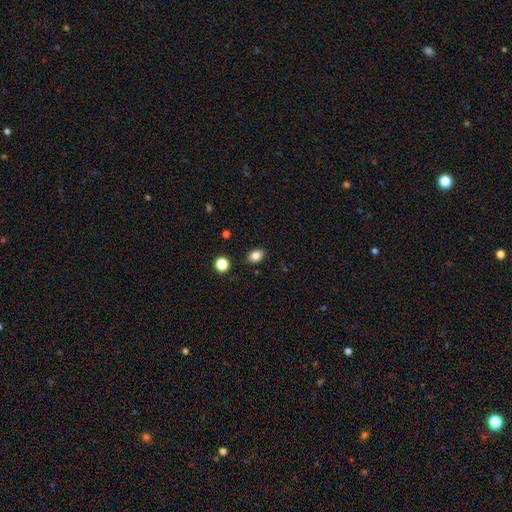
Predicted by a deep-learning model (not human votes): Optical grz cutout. It shows a smooth galaxy with no disk features (83%) that is in between round and cigar-shaped (66%). Merging: none (88%).